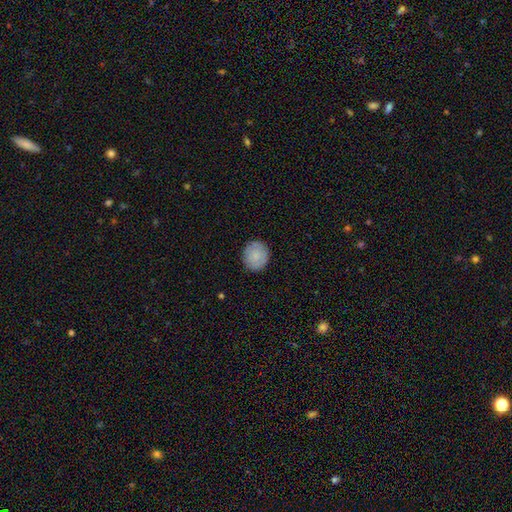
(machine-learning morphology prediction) smooth-or-featured: smooth: 84% | featured or disk: 10% | star or artifact: 7%
  how-rounded: round: 86% | in between: 14% | cigar-shaped: 1%
  merging: none: 88% | minor disturbance: 9% | major disturbance: 2% | merger: 1%